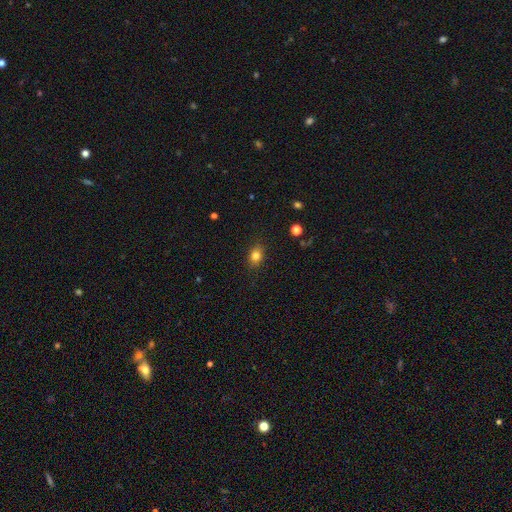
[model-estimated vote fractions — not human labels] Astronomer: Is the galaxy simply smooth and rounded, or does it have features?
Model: smooth — 82%.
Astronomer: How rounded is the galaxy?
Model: in between — 60% (runner-up: round, 38%).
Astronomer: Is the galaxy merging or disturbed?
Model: none — 86%.